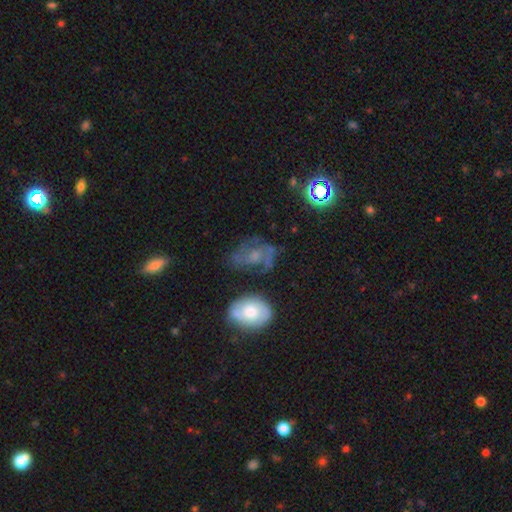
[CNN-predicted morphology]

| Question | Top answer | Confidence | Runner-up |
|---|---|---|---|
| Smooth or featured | featured or disk | 50% | smooth (29%) |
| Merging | none | 51% | minor disturbance (22%) |